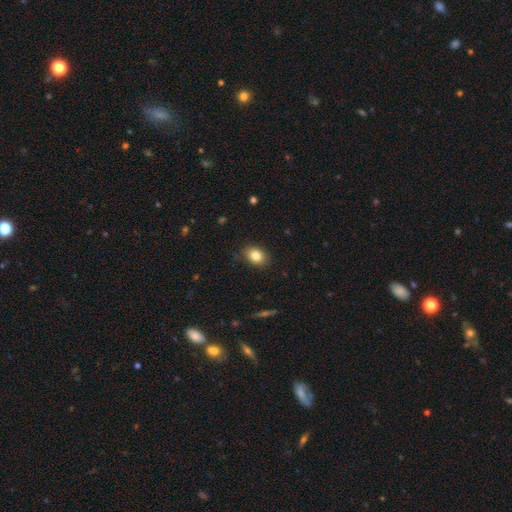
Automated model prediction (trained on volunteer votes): The model was most divided on "how rounded": in between: 73%, round: 26%, cigar-shaped: 1%. More confident: merging — none (84%); smooth or featured — smooth (82%).